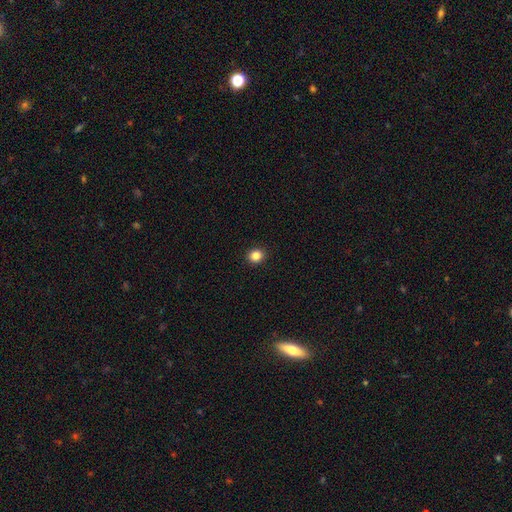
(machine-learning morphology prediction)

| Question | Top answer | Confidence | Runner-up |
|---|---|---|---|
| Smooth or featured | smooth | 85% | star or artifact (11%) |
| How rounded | round | 81% | in between (18%) |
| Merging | none | 92% | minor disturbance (5%) |